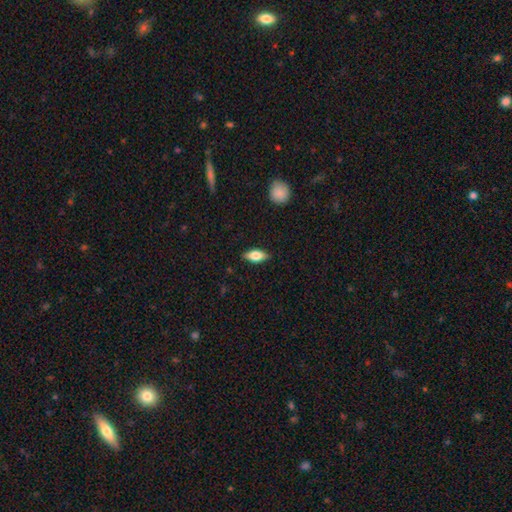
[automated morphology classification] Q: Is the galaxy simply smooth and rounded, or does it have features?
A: smooth — 67%.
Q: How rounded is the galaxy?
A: in between — 79%.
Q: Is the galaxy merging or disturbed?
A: none — 87%.